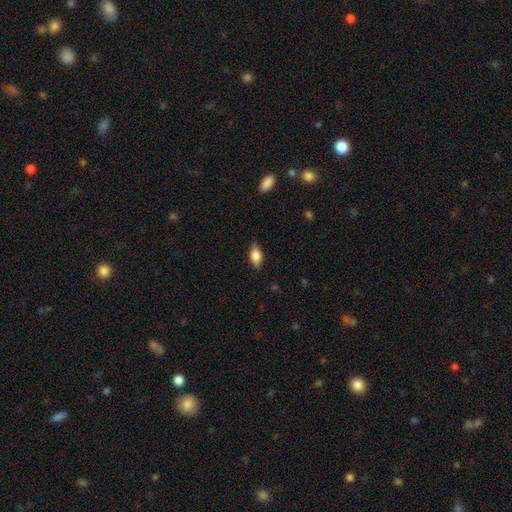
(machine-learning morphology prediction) Smooth or featured?
  - smooth: 81% *
  - featured or disk: 12%
  - star or artifact: 7%
How rounded?
  - in between: 88% *
  - cigar-shaped: 7%
  - round: 4%
Merging?
  - none: 83% *
  - minor disturbance: 13%
  - major disturbance: 3%
  - merger: 1%